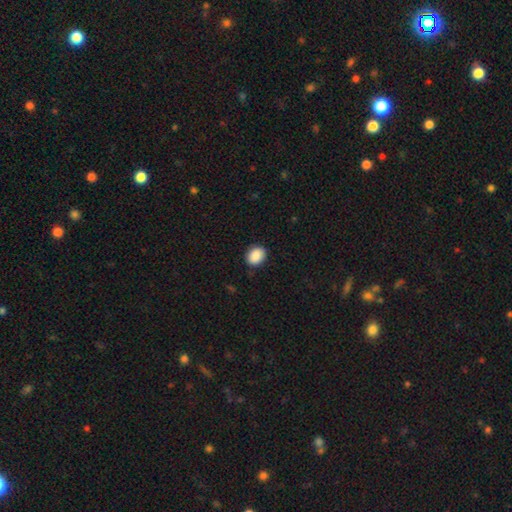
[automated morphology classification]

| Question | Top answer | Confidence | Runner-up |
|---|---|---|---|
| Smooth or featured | smooth | 89% | star or artifact (7%) |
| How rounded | in between | 53% | round (46%) |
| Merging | none | 87% | minor disturbance (10%) |